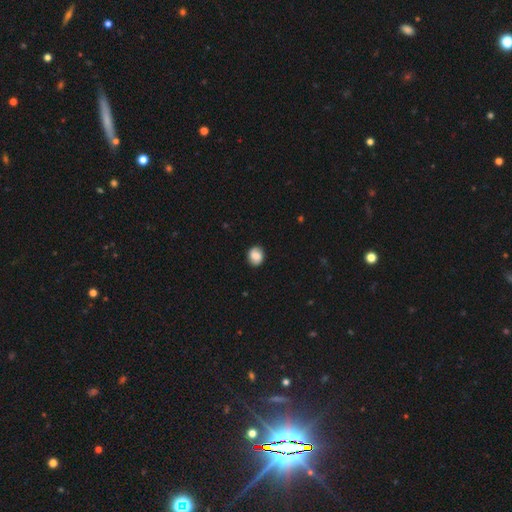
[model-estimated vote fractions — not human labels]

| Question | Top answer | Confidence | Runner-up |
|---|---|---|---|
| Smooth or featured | smooth | 79% | featured or disk (12%) |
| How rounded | round | 65% | in between (34%) |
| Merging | none | 86% | minor disturbance (11%) |